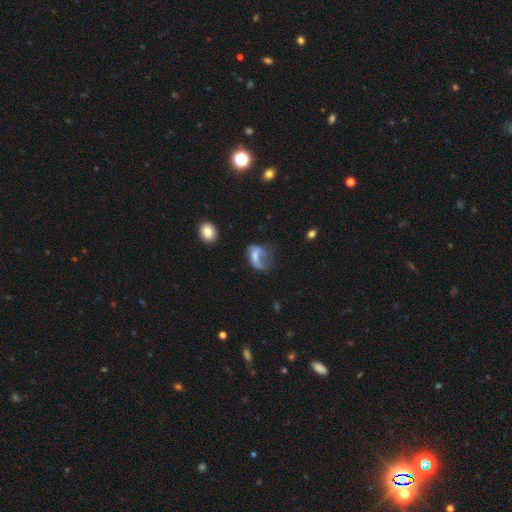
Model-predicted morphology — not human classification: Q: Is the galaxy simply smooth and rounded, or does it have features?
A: featured or disk — 45%.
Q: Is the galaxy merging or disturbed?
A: major disturbance — 51%.